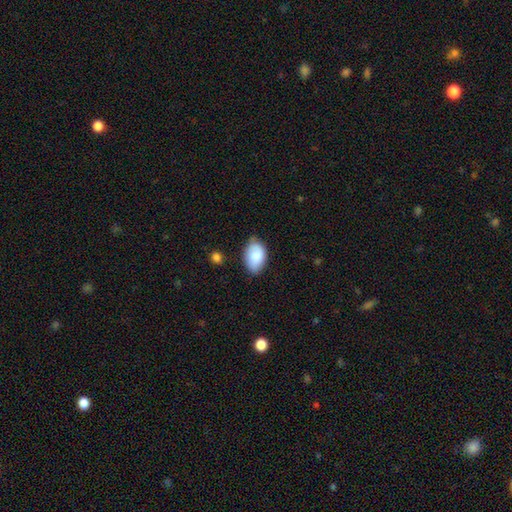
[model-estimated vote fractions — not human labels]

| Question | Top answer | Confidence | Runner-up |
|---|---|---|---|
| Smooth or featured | smooth | 86% | featured or disk (8%) |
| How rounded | in between | 92% | round (7%) |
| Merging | none | 69% | minor disturbance (25%) |